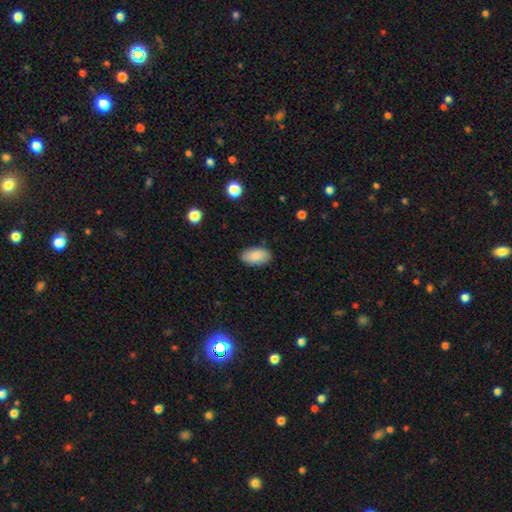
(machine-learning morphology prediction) Smooth or featured? Predicted: smooth (p=0.85). How rounded? Predicted: in between (p=0.95). Merging? Predicted: none (p=0.87).